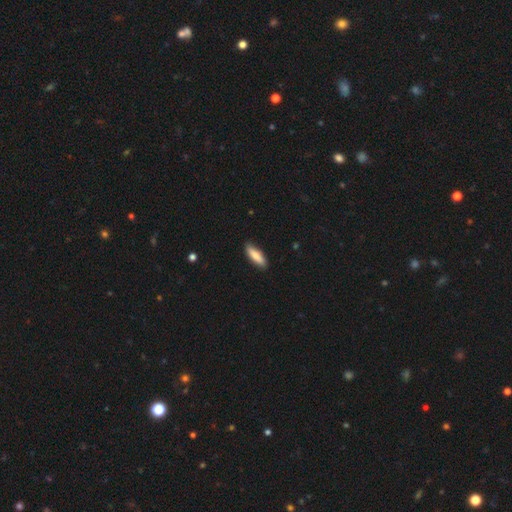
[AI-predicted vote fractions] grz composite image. It shows a smooth galaxy with no disk features (82%) that is cigar-shaped (52%). Merging: none (87%).